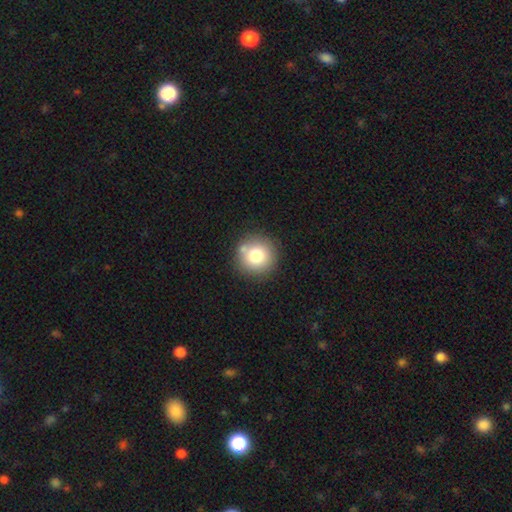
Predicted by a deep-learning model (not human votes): Smooth or featured? smooth (78%)
How rounded? round (94%)
Merging? none (83%)